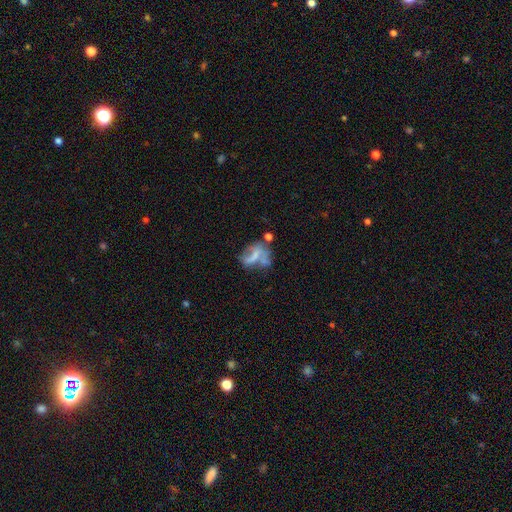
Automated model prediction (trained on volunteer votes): The model was most divided on "merging": major disturbance: 33%, none: 25%, merger: 23%, minor disturbance: 19%. Remaining: smooth or featured — featured or disk (48%).